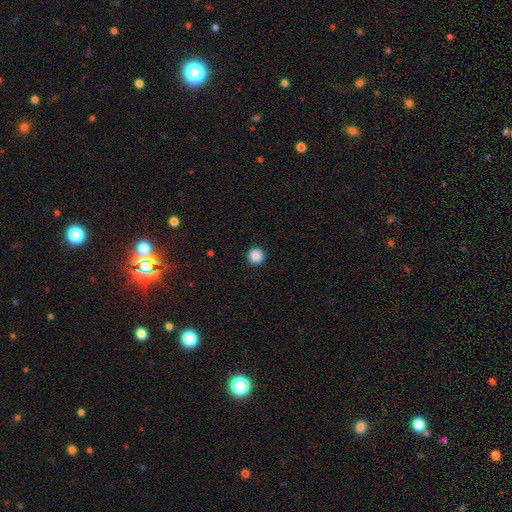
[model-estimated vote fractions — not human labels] smooth-or-featured: smooth: 88% | star or artifact: 9% | featured or disk: 2%
  how-rounded: round: 96% | in between: 3% | cigar-shaped: 1%
  merging: none: 93% | minor disturbance: 5% | major disturbance: 2% | merger: 1%